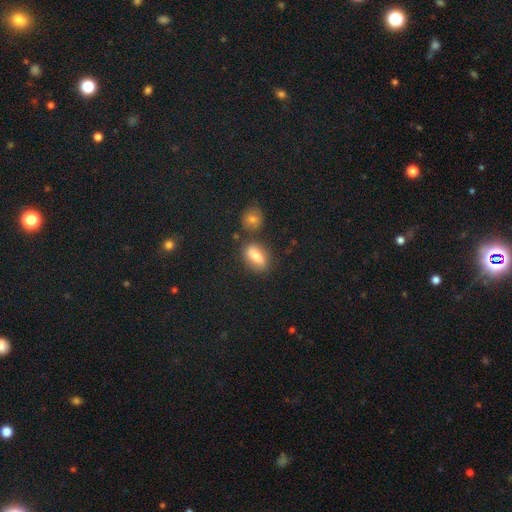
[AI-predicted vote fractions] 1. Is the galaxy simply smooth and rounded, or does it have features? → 69% smooth, 20% featured or disk, 12% star or artifact.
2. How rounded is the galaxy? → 74% in between, 14% cigar-shaped, 11% round.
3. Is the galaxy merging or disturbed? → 74% none, 13% minor disturbance, 8% merger, 4% major disturbance.